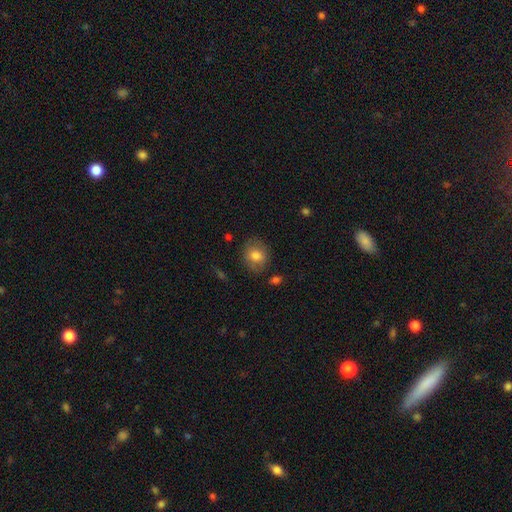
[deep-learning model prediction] smooth_or_featured: smooth (p=0.77) [alt: featured or disk p=0.15]
how_rounded: round (p=0.67) [alt: in between p=0.32]
merging: none (p=0.79) [alt: minor disturbance p=0.15]